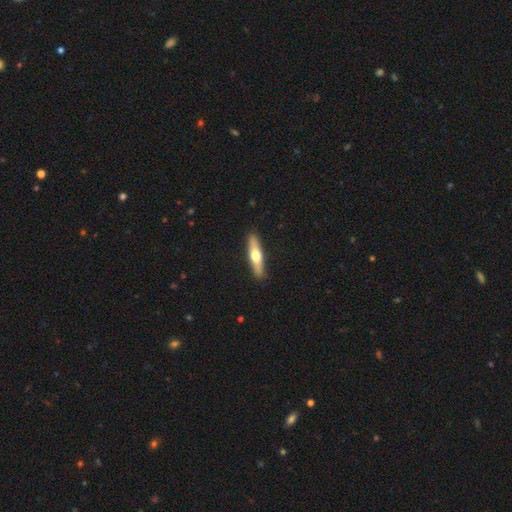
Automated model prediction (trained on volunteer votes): This is possibly a smooth galaxy (50%). How rounded: clearly cigar-shaped (81%). Merging: clearly none (90%).